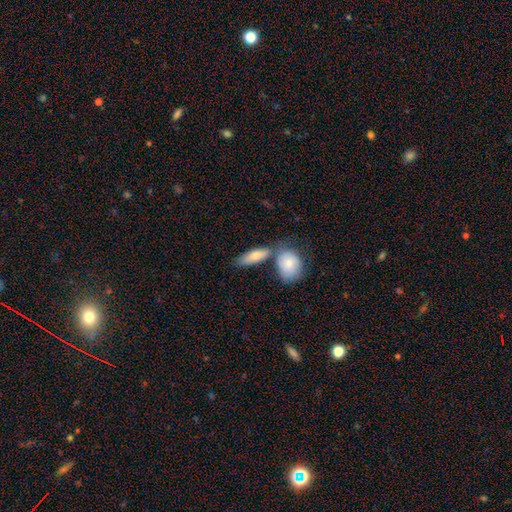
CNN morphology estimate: This appears to be a smooth galaxy with no disk features (76%) that is in between round and cigar-shaped (71%). Merging: none (49%).